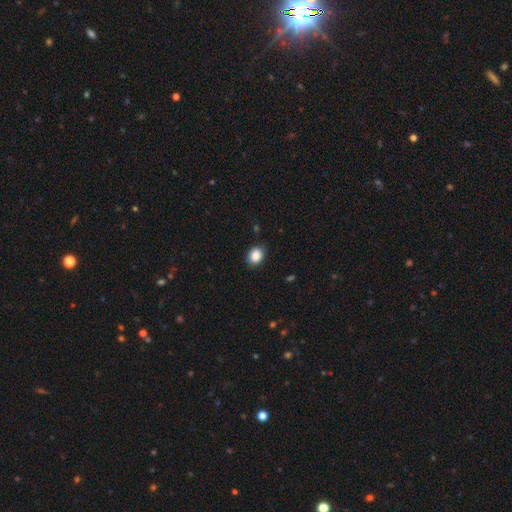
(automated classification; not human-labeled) Smooth or featured? smooth (88%)
How rounded? in between (60%)
Merging? none (83%)